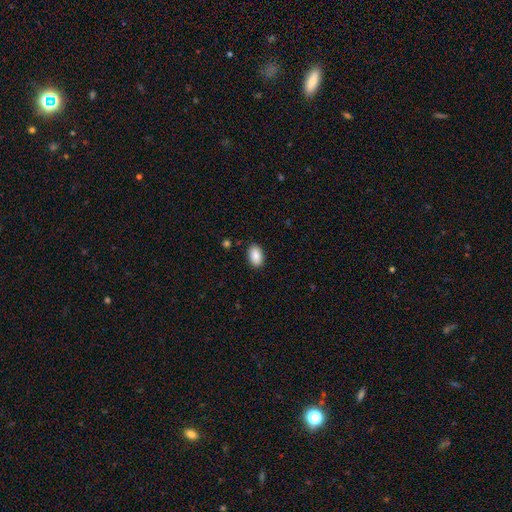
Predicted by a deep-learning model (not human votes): Smooth or featured?
  - smooth: 88% *
  - star or artifact: 7%
  - featured or disk: 5%
How rounded?
  - in between: 91% *
  - round: 8%
  - cigar-shaped: 1%
Merging?
  - none: 88% *
  - minor disturbance: 9%
  - major disturbance: 2%
  - merger: 1%